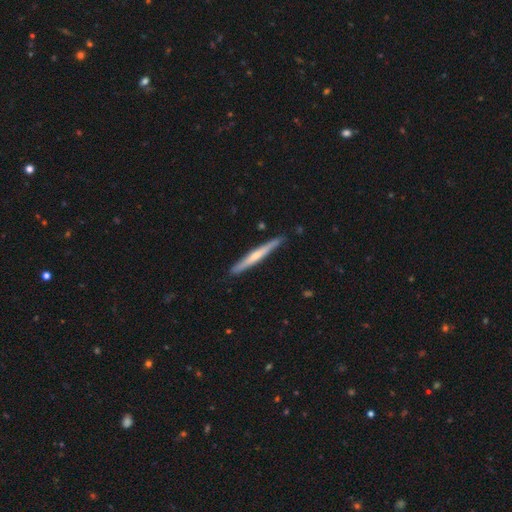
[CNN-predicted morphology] A featured or disk galaxy (54%) viewed edge-on (96%) with a rounded central bulge (57%).

Vote fractions:
- Smooth or featured? featured or disk: 54% / smooth: 41% / star or artifact: 5%
- Edge-on disk? yes: 96% / no: 4%
- Edge-on bulge? rounded: 57% / none: 36% / boxy: 7%
- Merging? none: 88% / minor disturbance: 9% / major disturbance: 1% / merger: 1%